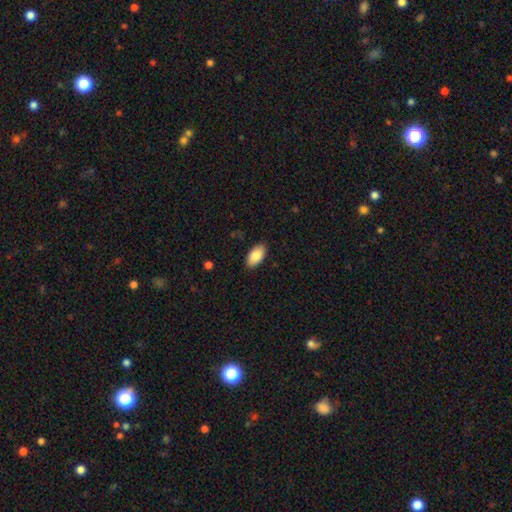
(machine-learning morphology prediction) smooth 87%, featured or disk 7%, star or artifact 6%. Down the decision tree: how rounded — in between (94%); merging — none (88%).